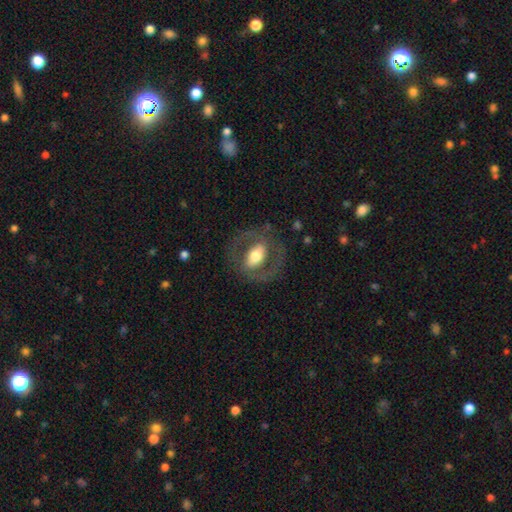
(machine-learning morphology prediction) This appears to be a featured or disk galaxy (63%) with a strong bar (39%), no spiral arms (56%) and a moderate central bulge (58%). Merging: none (75%).